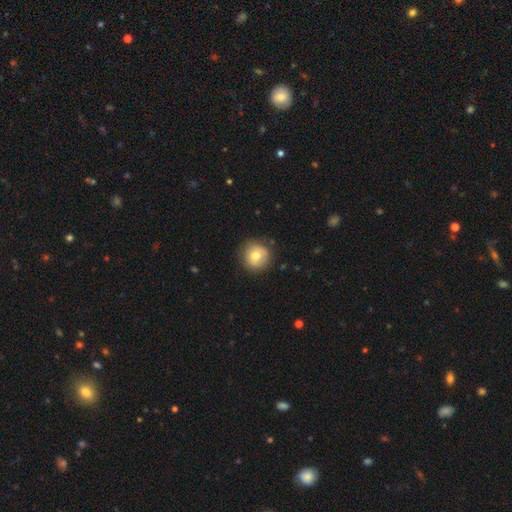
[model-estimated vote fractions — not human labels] The model was most divided on "smooth or featured": smooth: 71%, featured or disk: 21%, star or artifact: 8%. More confident: how rounded — round (93%); merging — none (82%).